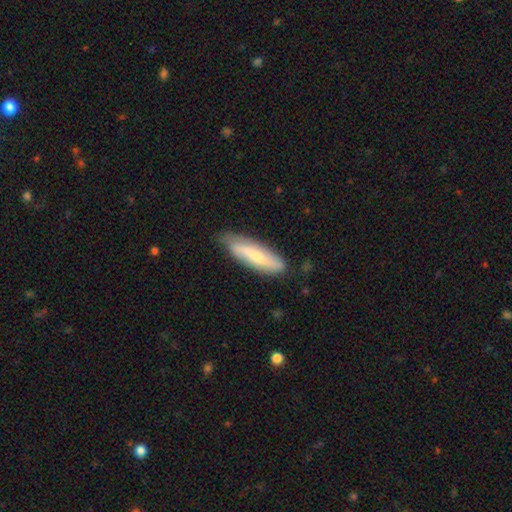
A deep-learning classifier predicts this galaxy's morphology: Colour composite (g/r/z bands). It shows a smooth galaxy with no disk features (55%) that is cigar-shaped (59%). Merging: none (73%).